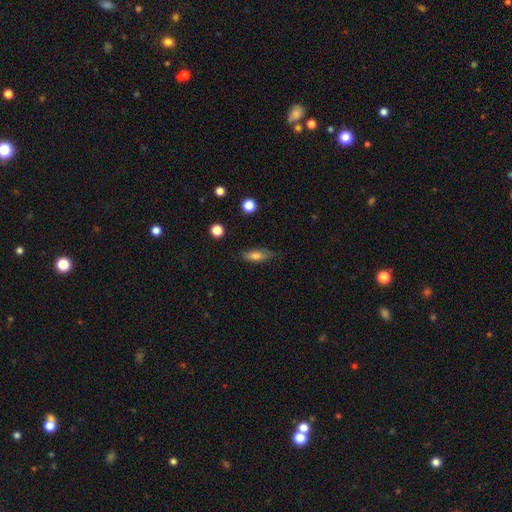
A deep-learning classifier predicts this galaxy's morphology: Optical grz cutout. It shows a smooth galaxy with no disk features (75%) that is in between round and cigar-shaped (60%). Merging: none (78%).